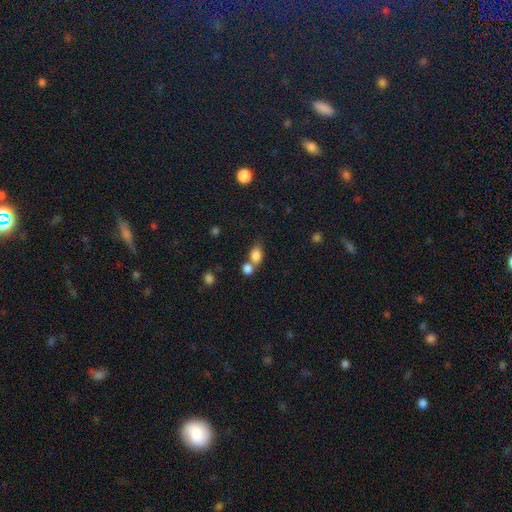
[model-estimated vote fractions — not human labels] smooth_or_featured: smooth (p=0.81) [alt: star or artifact p=0.10]
how_rounded: in between (p=0.72) [alt: round p=0.25]
merging: merger (p=0.51) [alt: none p=0.35]